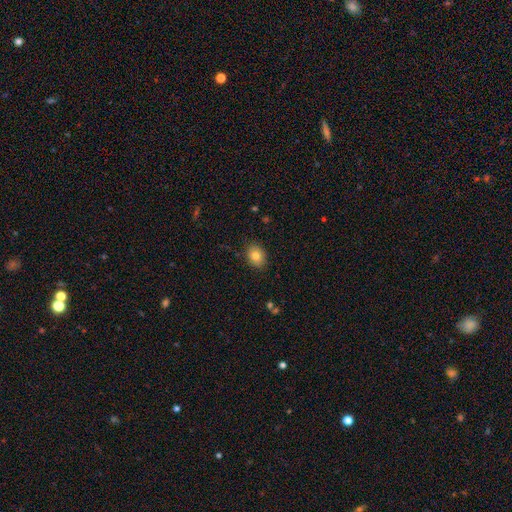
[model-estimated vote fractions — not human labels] A smooth galaxy with no disk features (82%) that is in between round and cigar-shaped (57%). Merging: none (87%).